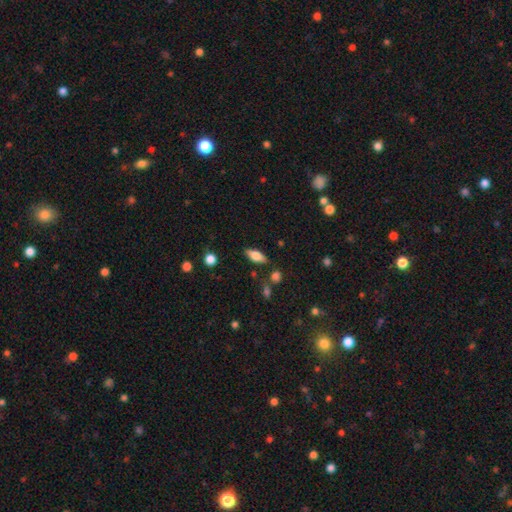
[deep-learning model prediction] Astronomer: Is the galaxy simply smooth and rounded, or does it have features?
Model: smooth — 69%.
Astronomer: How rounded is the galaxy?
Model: in between — 79%.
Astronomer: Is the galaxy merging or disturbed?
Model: none — 81%.